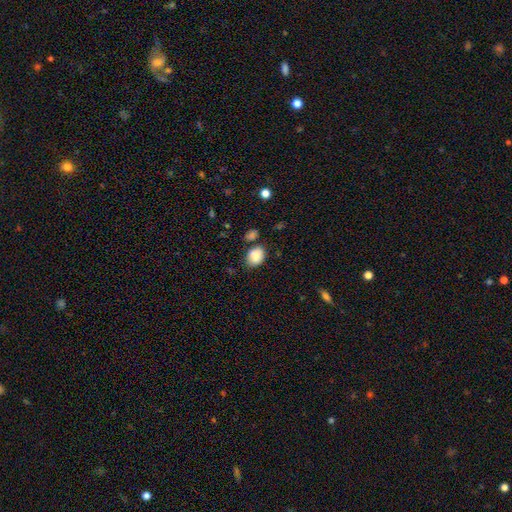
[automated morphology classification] smooth 86%, star or artifact 8%, featured or disk 6%. Down the decision tree: how rounded — in between (57%); merging — none (68%).